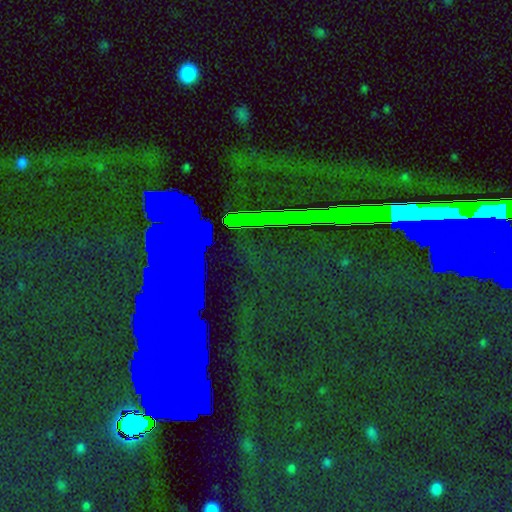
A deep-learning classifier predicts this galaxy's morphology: Overall: star or artifact (83%).